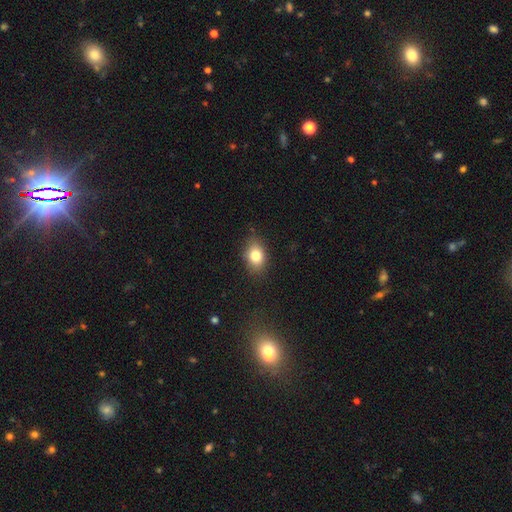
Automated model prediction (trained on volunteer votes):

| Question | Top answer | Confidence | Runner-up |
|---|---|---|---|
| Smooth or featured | smooth | 80% | featured or disk (10%) |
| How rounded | in between | 75% | round (24%) |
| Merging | none | 83% | minor disturbance (13%) |